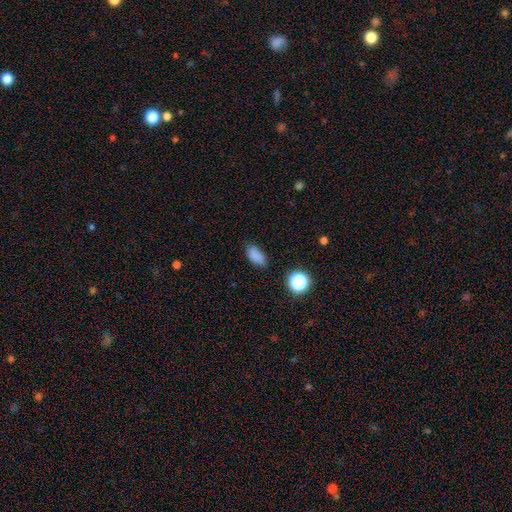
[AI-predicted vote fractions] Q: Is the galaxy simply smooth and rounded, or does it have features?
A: smooth — 81%.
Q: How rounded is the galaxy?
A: in between — 87%.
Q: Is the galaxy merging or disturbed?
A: none — 74%.